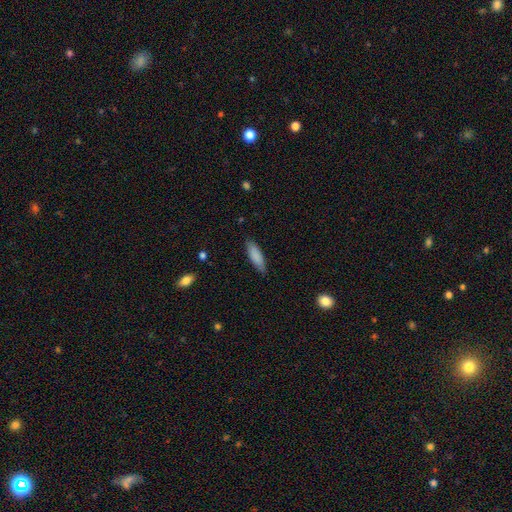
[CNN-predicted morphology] Q: Smooth or featured?
A: smooth (86%); runner-up: featured or disk (8%)
Q: How rounded?
A: in between (53%); runner-up: cigar-shaped (46%)
Q: Merging?
A: none (82%); runner-up: minor disturbance (15%)